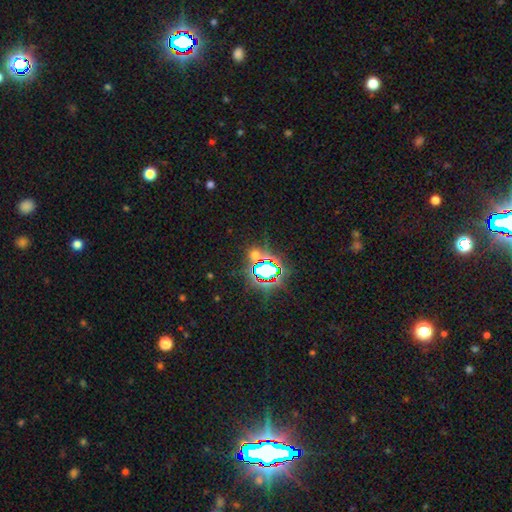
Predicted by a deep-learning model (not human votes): This is likely a star or artifact rather than a galaxy (67%).